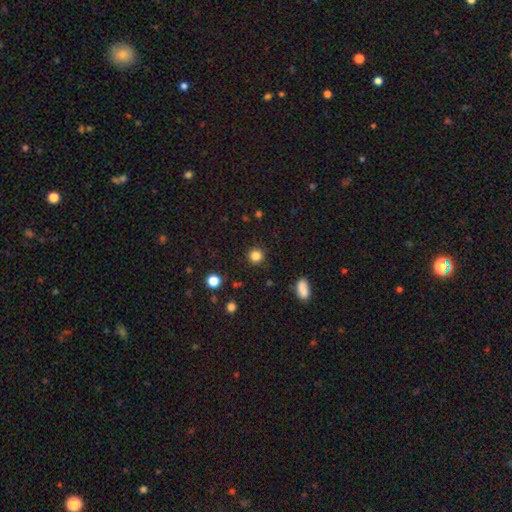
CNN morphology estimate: Overall: smooth (84%). How rounded: round (93%). Merging: none (90%).